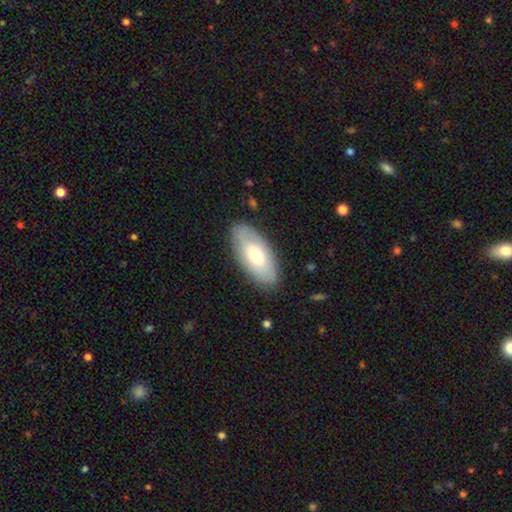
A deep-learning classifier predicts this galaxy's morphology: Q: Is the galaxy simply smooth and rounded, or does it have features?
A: smooth — 66%.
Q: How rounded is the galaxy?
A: in between — 91%.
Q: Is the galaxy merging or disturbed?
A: none — 84%.